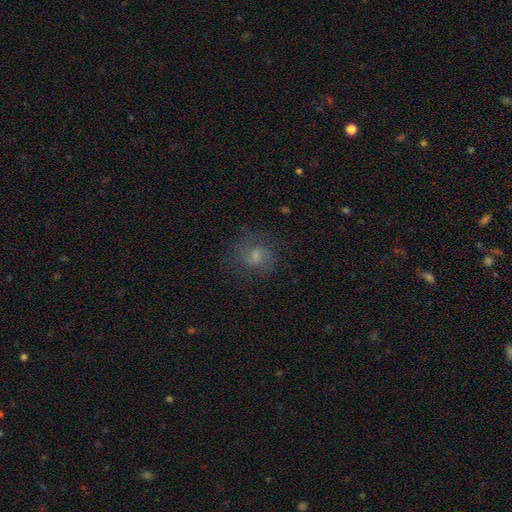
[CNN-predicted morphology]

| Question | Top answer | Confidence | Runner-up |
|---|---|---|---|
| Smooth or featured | featured or disk | 46% | smooth (34%) |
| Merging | none | 74% | minor disturbance (15%) |